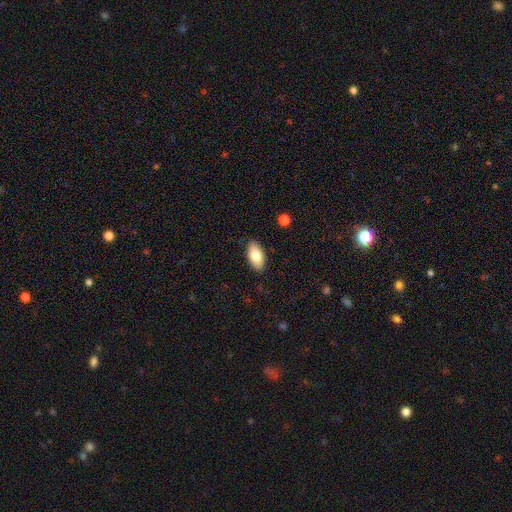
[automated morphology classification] Smooth or featured: smooth — 79% (featured or disk — 14%)
How rounded: in between — 93% (cigar-shaped — 4%)
Merging: none — 88% (minor disturbance — 9%)